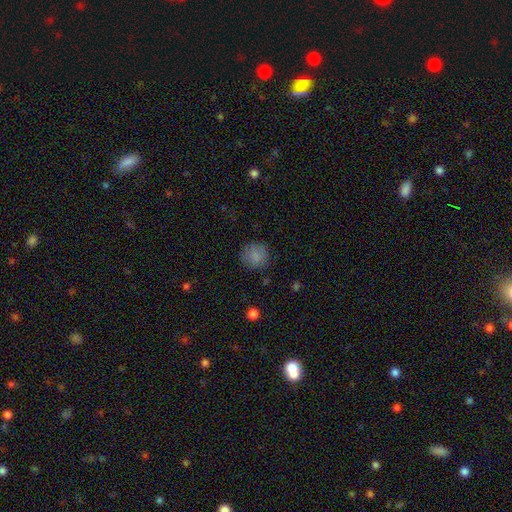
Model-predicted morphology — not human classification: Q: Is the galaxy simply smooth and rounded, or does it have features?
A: smooth — 85%.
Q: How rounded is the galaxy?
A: round — 91%.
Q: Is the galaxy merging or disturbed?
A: none — 85%.